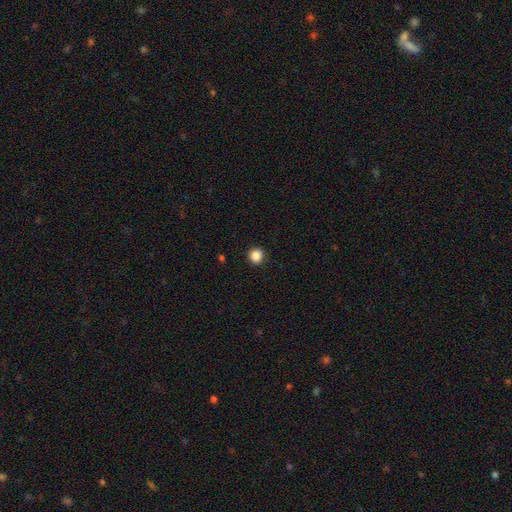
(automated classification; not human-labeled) A smooth galaxy with no disk features (86%) that is round (92%). Merging: none (92%).